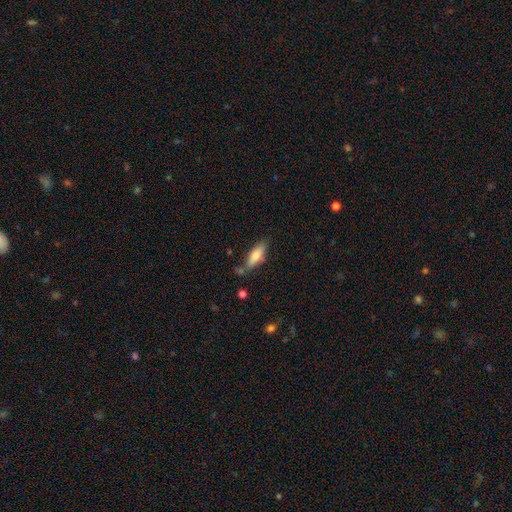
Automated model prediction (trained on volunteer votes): Morphology: type=smooth (77%); roundness=in between (62%); merging=none (62%).